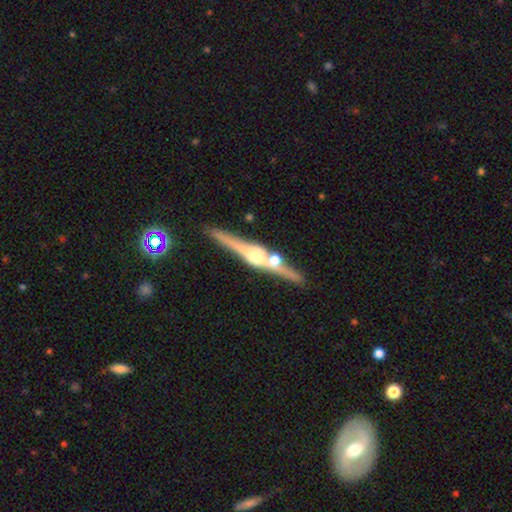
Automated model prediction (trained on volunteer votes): Smooth or featured: featured or disk — 82% (smooth — 11%)
Edge-on disk: yes — 98% (no — 2%)
Edge-on bulge: rounded — 93% (boxy — 5%)
Merging: none — 76% (merger — 14%)